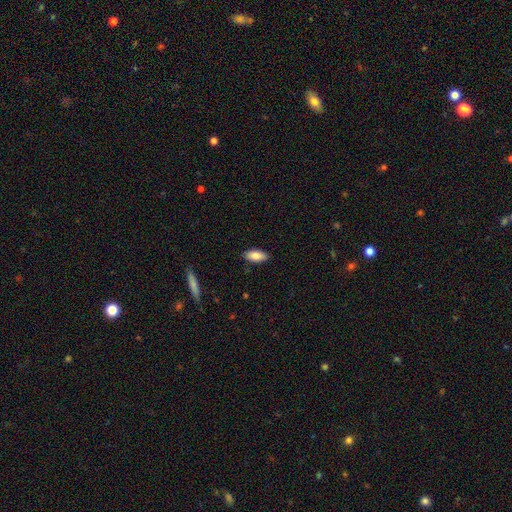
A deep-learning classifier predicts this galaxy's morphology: This appears to be a smooth galaxy with no disk features (84%) that is in between round and cigar-shaped (86%). Merging: none (88%).